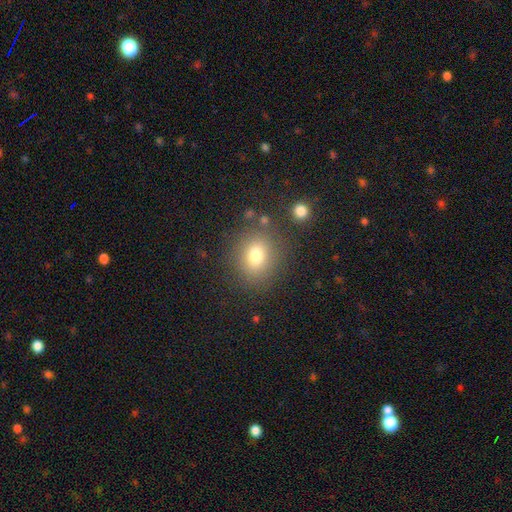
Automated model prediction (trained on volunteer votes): smooth-or-featured: smooth: 77% | star or artifact: 13% | featured or disk: 10%
  how-rounded: round: 65% | in between: 34% | cigar-shaped: 1%
  merging: none: 81% | minor disturbance: 10% | major disturbance: 4% | merger: 4%